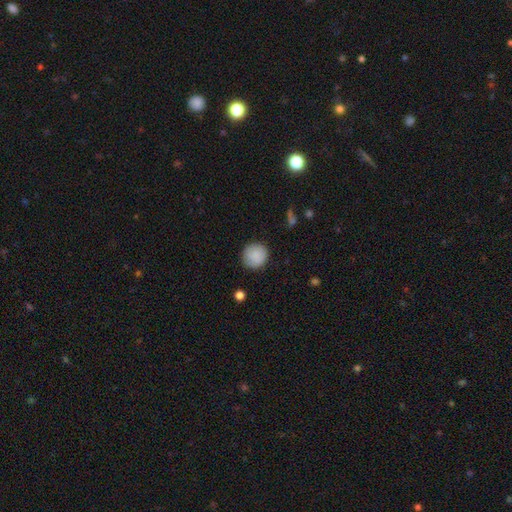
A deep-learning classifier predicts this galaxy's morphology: This appears to be a smooth galaxy with no disk features (87%) that is round (93%). Merging: none (87%).